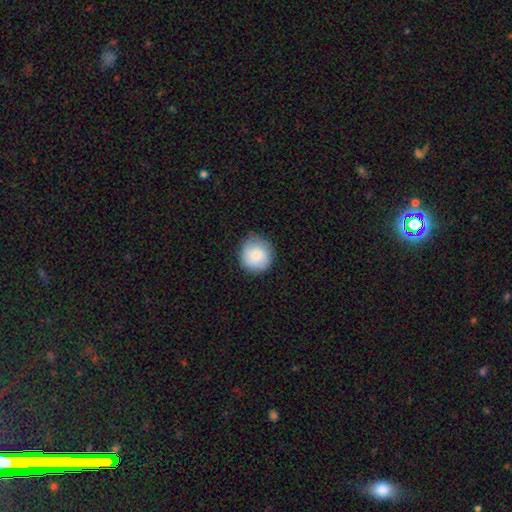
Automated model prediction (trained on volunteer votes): Morphology: type=smooth (84%); roundness=round (92%); merging=none (81%).